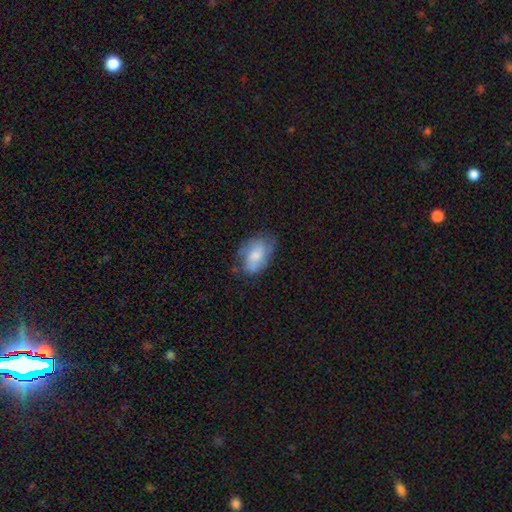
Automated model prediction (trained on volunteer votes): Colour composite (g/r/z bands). It shows a smooth galaxy with no disk features (56%) that is in between round and cigar-shaped (85%). Merging: none (56%).